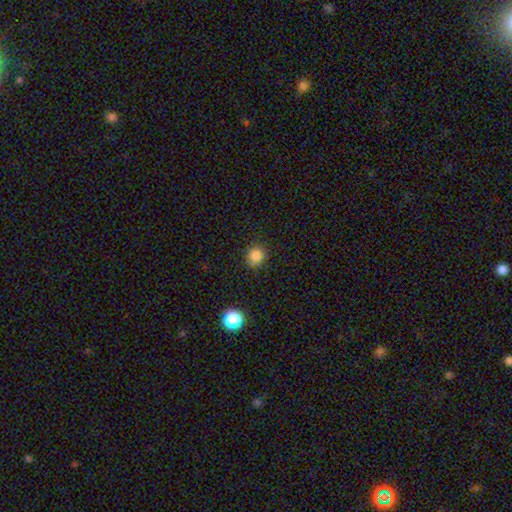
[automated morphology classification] A smooth galaxy with no disk features (84%) that is round (89%). Merging: none (88%).